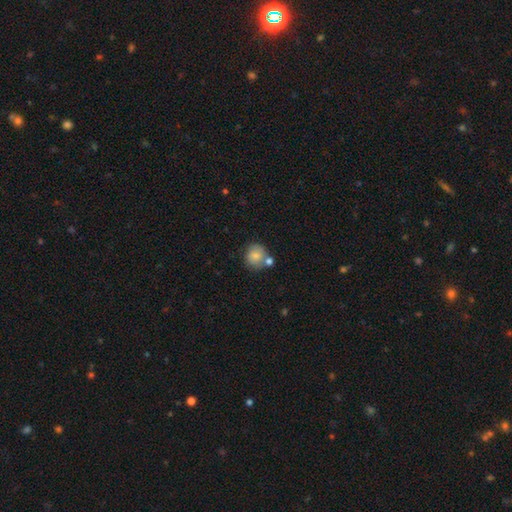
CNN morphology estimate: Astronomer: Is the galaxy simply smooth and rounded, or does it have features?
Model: smooth — 82%.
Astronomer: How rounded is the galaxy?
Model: round — 85%.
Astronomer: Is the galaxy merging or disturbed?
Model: none — 61%.